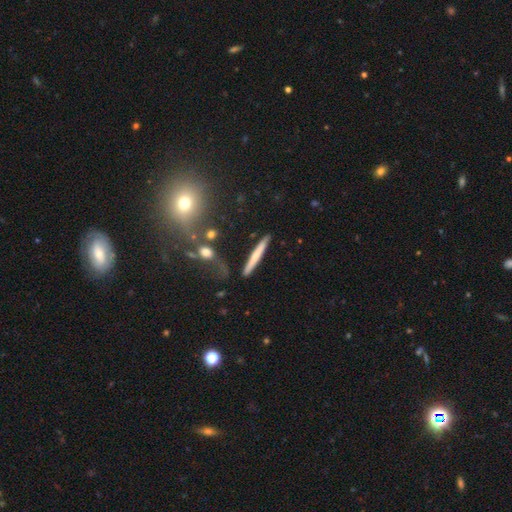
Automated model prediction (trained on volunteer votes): A smooth galaxy with no disk features (55%) that is cigar-shaped (95%). Merging: none (83%).